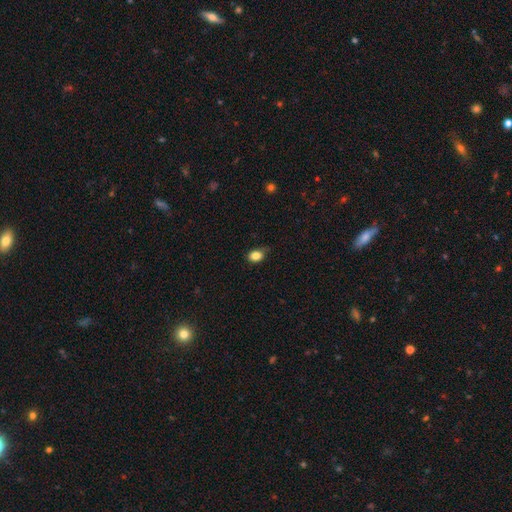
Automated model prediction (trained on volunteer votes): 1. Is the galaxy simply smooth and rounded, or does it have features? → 85% smooth, 10% star or artifact, 5% featured or disk.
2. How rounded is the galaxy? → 64% in between, 35% round, 1% cigar-shaped.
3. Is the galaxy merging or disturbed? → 68% none, 26% minor disturbance, 5% major disturbance, 1% merger.